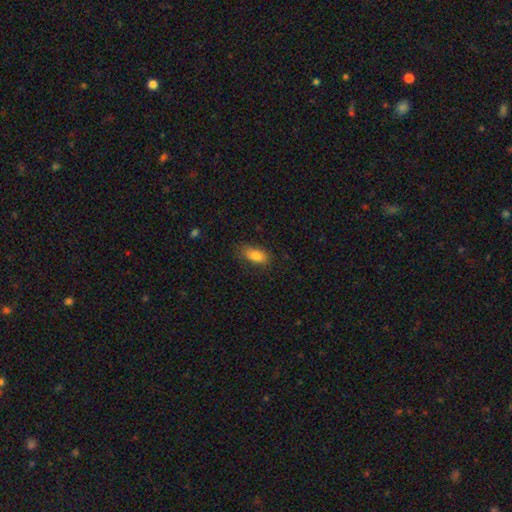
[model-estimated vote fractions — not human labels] Smooth or featured? smooth (83%)
How rounded? in between (87%)
Merging? none (79%)